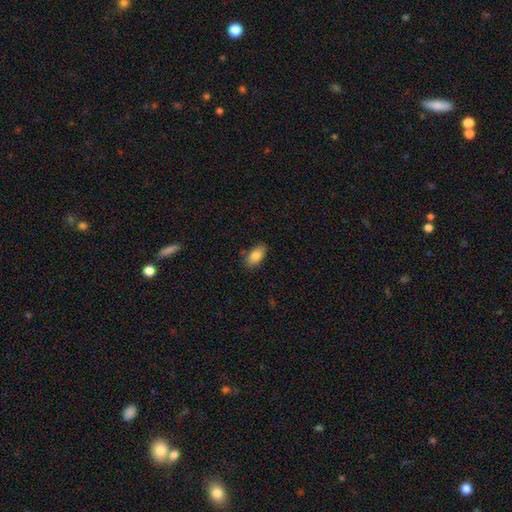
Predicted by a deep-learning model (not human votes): Smooth or featured: smooth — 83% (featured or disk — 10%)
How rounded: in between — 92% (cigar-shaped — 4%)
Merging: none — 83% (minor disturbance — 13%)